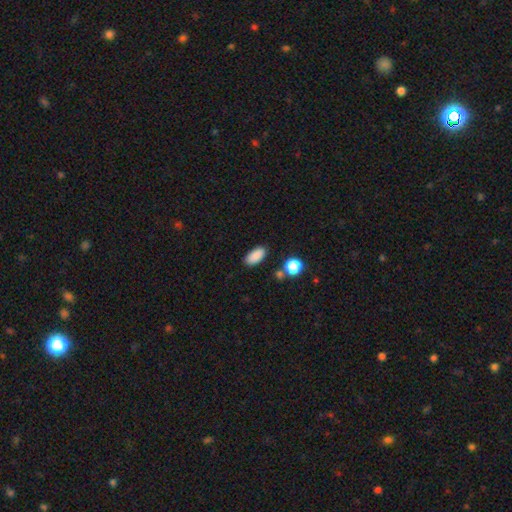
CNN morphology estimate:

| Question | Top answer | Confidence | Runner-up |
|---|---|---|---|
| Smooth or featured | smooth | 88% | star or artifact (9%) |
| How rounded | in between | 90% | cigar-shaped (6%) |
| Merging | none | 85% | minor disturbance (9%) |